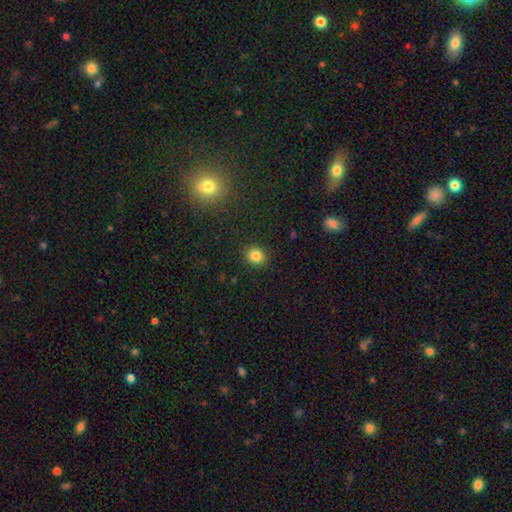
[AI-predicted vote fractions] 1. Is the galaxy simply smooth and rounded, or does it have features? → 84% smooth, 11% star or artifact, 5% featured or disk.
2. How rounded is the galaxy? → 68% round, 31% in between, 1% cigar-shaped.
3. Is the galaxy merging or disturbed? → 89% none, 8% minor disturbance, 2% major disturbance, 1% merger.